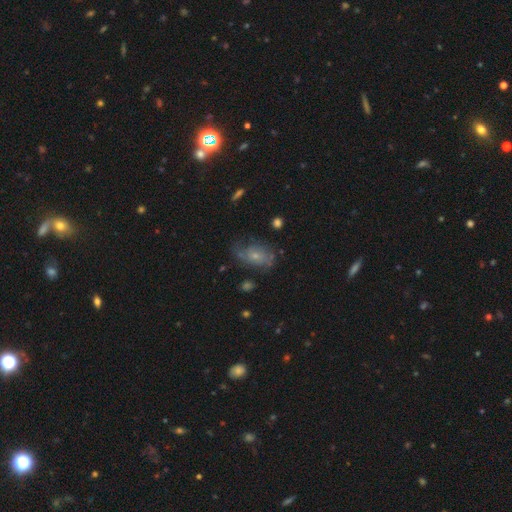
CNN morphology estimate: A featured or disk galaxy (64%) with no bar (75%), 2 (43%) medium (42%) spiral arms (81%) and a small central bulge (65%).

Vote fractions:
- Smooth or featured? featured or disk: 64% / smooth: 26% / star or artifact: 10%
- Edge-on disk? no: 96% / yes: 4%
- Bar? no: 75% / weak: 21% / strong: 4%
- Spiral arms? yes: 81% / no: 19%
- Spiral winding? medium: 42% / tight: 31% / loose: 27%
- Spiral arm count? 2: 43% / can't tell: 34% / 3: 9% / 1: 8% / 4: 4% / more than 4: 3%
- Bulge size? small: 65% / moderate: 27% / none: 4% / large: 2% / dominant: 1%
- Merging? none: 55% / minor disturbance: 24% / major disturbance: 18% / merger: 3%